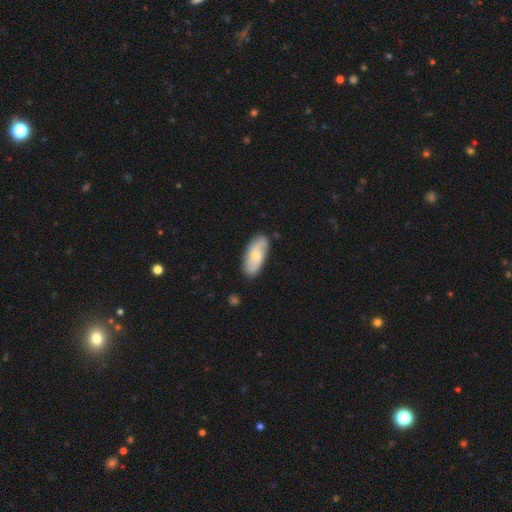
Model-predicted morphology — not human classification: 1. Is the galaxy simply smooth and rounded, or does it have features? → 53% smooth, 41% featured or disk, 6% star or artifact.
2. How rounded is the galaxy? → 85% in between, 12% cigar-shaped, 2% round.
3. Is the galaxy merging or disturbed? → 81% none, 14% minor disturbance, 3% major disturbance, 2% merger.